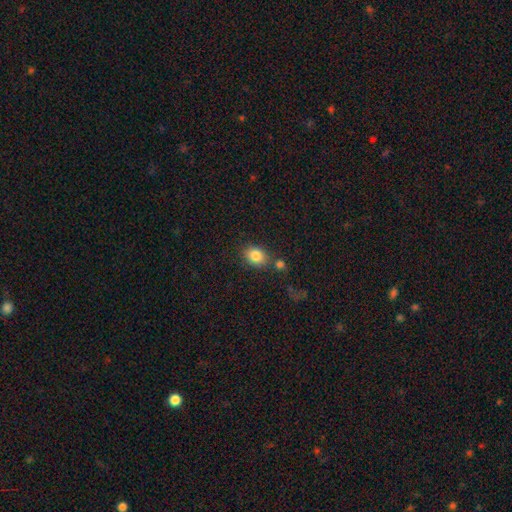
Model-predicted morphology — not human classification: Overall: smooth (84%). How rounded: in between (54%; round 45%). Merging: none (68%).